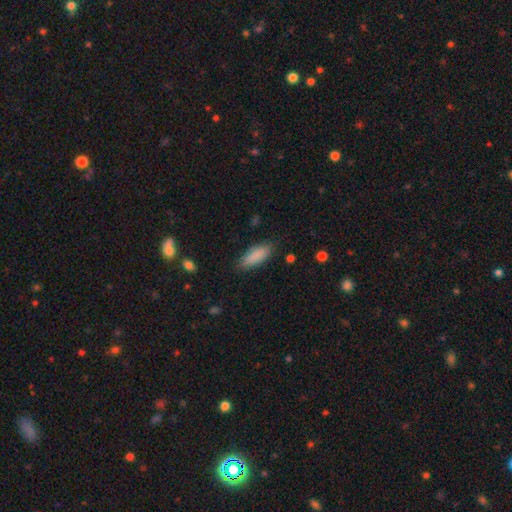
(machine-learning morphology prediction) smooth-or-featured: smooth: 87% | star or artifact: 7% | featured or disk: 6%
  how-rounded: in between: 67% | cigar-shaped: 31% | round: 2%
  merging: none: 82% | minor disturbance: 14% | major disturbance: 3% | merger: 1%